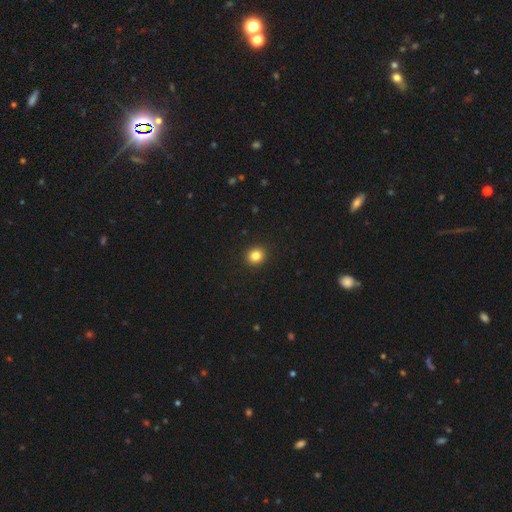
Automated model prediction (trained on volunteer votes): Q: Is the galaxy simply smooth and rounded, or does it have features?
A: smooth — 84%.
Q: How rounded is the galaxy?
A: round — 86%.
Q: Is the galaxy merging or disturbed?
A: none — 93%.